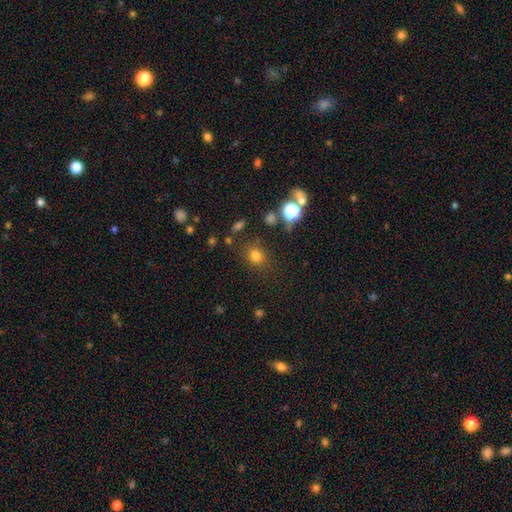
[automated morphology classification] This is likely a smooth galaxy (76%). How rounded: likely round (69%). Merging: likely none (78%).